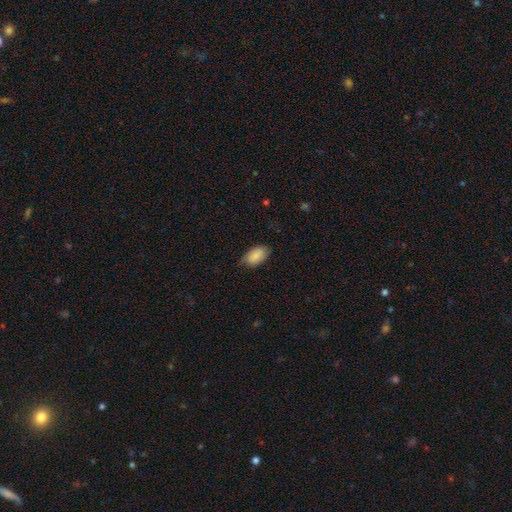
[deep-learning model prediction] This is clearly a smooth galaxy (88%). How rounded: clearly in between (94%). Merging: likely none (75%).